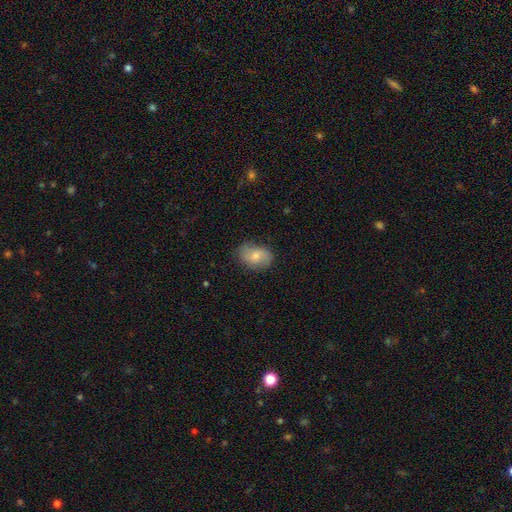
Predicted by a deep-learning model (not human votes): Smooth or featured? smooth (57%)
How rounded? in between (78%)
Merging? none (76%)